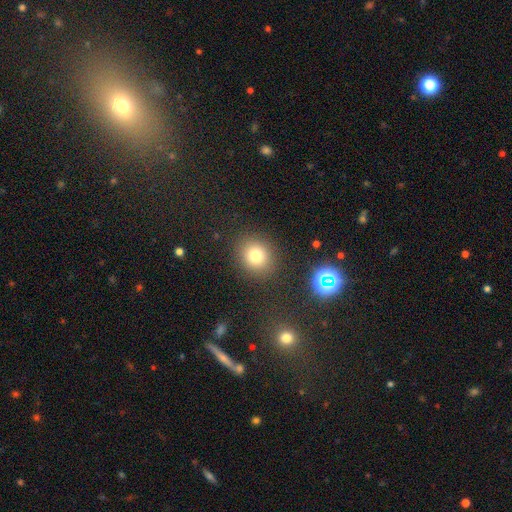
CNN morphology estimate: A smooth galaxy with no disk features (76%) that is round (78%). Merging: none (87%).